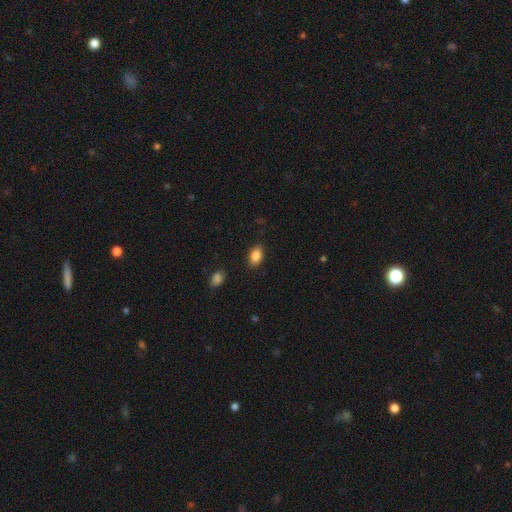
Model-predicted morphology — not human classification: Smooth or featured? Predicted: smooth (p=0.87). How rounded? Predicted: in between (p=0.90). Merging? Predicted: none (p=0.87).